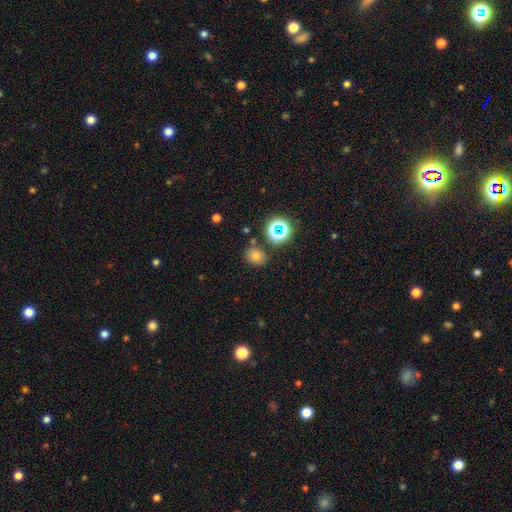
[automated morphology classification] smooth-or-featured: smooth: 63% | star or artifact: 28% | featured or disk: 9%
  how-rounded: round: 69% | in between: 30% | cigar-shaped: 1%
  merging: none: 81% | minor disturbance: 10% | merger: 6% | major disturbance: 3%